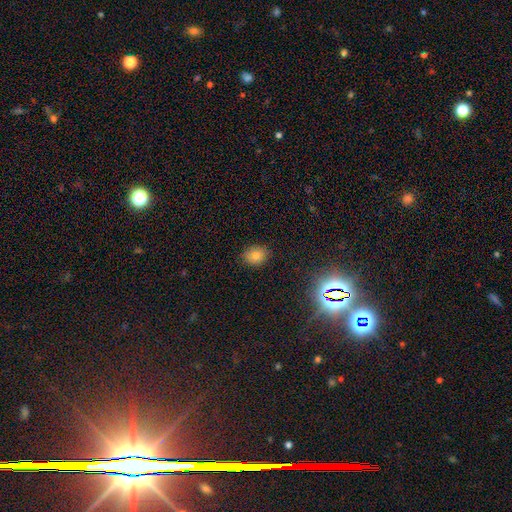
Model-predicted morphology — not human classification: smooth_or_featured: smooth (p=0.79) [alt: star or artifact p=0.14]
how_rounded: round (p=0.51) [alt: in between p=0.48]
merging: none (p=0.86) [alt: minor disturbance p=0.11]